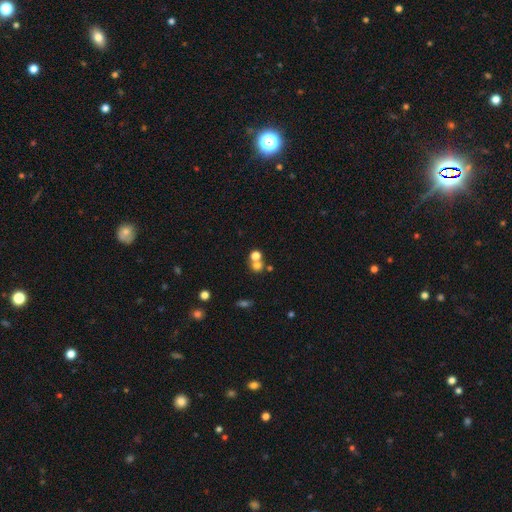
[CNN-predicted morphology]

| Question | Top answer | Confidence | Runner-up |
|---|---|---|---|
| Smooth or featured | smooth | 70% | star or artifact (17%) |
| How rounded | round | 82% | in between (17%) |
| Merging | merger | 46% | none (44%) |